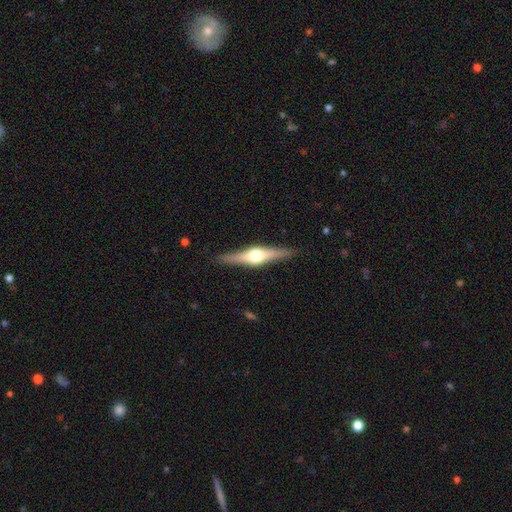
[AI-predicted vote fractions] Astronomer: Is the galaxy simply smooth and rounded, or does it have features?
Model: featured or disk — 78%.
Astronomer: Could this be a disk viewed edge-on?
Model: yes — 98%.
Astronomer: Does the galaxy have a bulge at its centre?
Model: rounded — 92%.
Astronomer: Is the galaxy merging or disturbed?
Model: none — 90%.